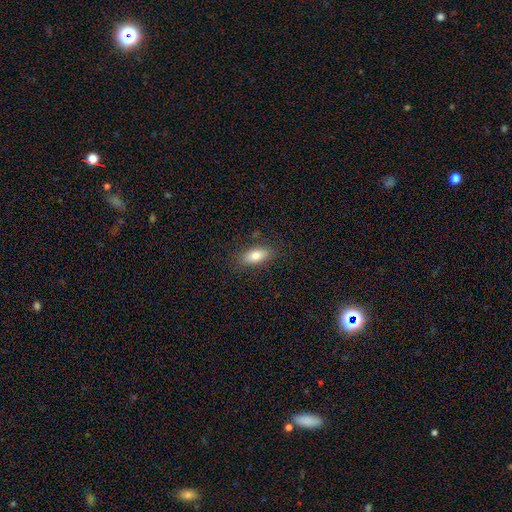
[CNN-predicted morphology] Overall: smooth (81%). How rounded: in between (86%). Merging: none (84%).